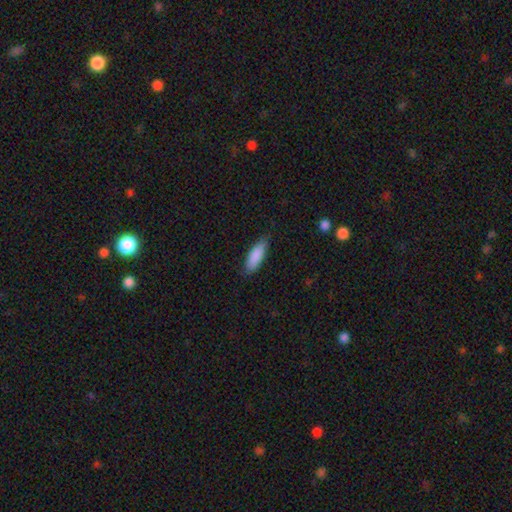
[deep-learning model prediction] Overall: smooth (88%). How rounded: in between (59%; cigar-shaped 39%). Merging: none (81%).